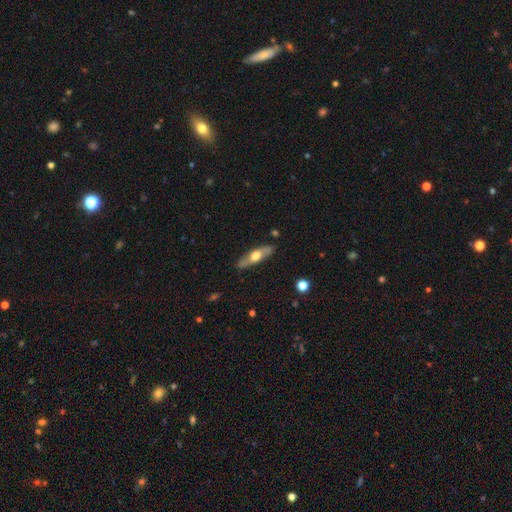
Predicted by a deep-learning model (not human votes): Smooth or featured? Predicted: featured or disk (p=0.53). Edge-on disk? Predicted: yes (p=0.67). Merging? Predicted: none (p=0.85).